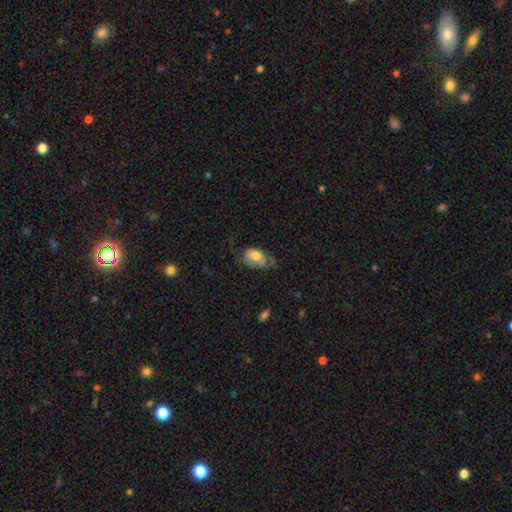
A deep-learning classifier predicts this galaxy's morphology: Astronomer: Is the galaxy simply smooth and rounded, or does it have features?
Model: smooth — 69%.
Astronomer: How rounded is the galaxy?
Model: in between — 84%.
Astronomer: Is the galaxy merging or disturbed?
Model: minor disturbance — 36% (runner-up: none, 32%).